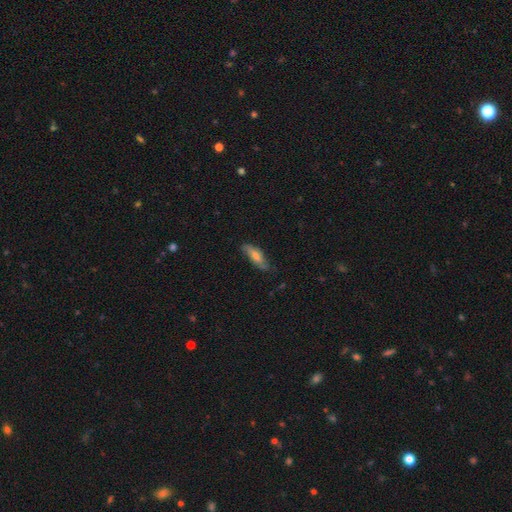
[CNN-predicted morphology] The model was most divided on "how rounded": in between: 54%, cigar-shaped: 43%, round: 2%. More confident: merging — none (73%); smooth or featured — smooth (53%).